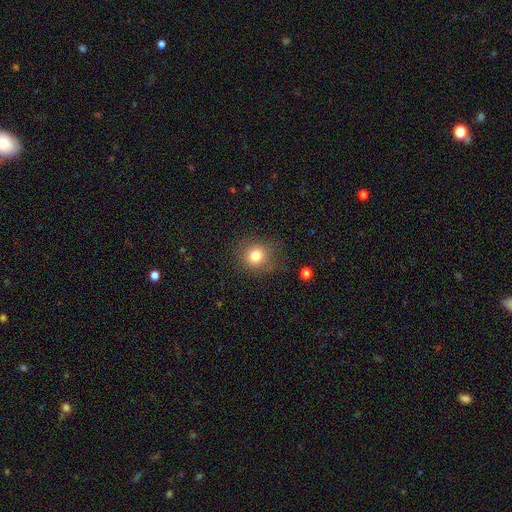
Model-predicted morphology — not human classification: The model was most divided on "merging": none: 80%, minor disturbance: 13%, major disturbance: 5%, merger: 2%. More confident: how rounded — round (85%); smooth or featured — smooth (80%).